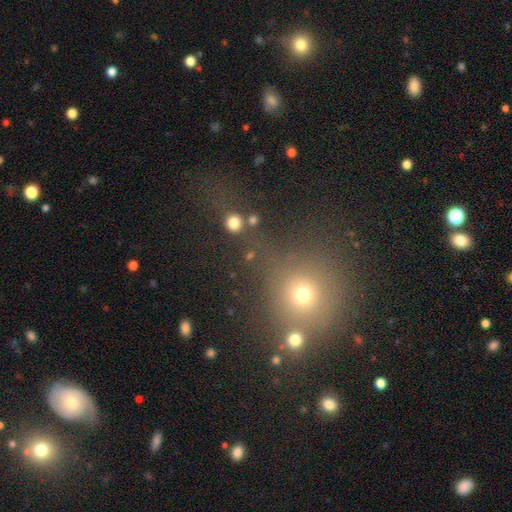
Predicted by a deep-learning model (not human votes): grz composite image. It shows a smooth galaxy with no disk features (53%) that is round (85%). Merging: none (62%).